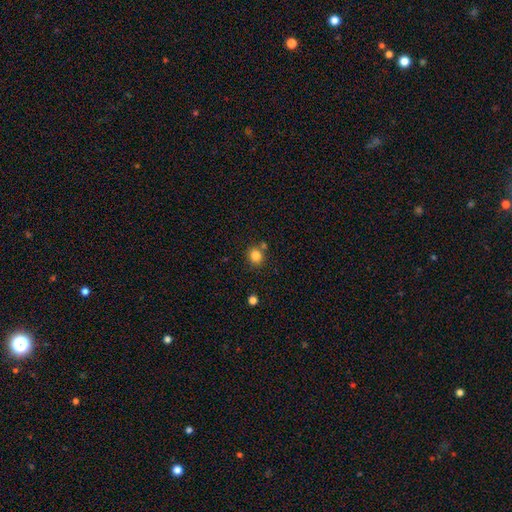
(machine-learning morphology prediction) A smooth galaxy with no disk features (84%) that is round (83%). Merging: none (73%).